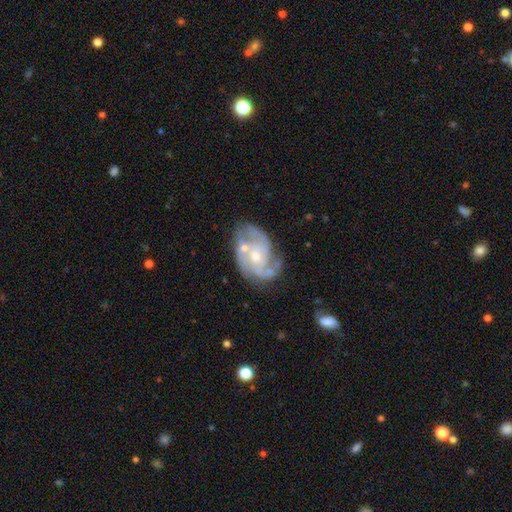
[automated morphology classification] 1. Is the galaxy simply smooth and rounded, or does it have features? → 82% featured or disk, 12% smooth, 6% star or artifact.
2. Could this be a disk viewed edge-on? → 97% no, 3% yes.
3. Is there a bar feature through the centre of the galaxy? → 69% no, 27% weak, 4% strong.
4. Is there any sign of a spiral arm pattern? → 88% yes, 12% no.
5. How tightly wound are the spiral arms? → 44% tight, 42% medium, 13% loose.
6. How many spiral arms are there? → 33% 3, 24% can't tell, 24% 2, 10% 4, 4% 1, 4% more than 4.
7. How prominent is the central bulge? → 53% moderate, 39% small, 3% large, 3% none, 1% dominant.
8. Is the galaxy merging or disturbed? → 54% none, 22% minor disturbance, 12% major disturbance, 12% merger.